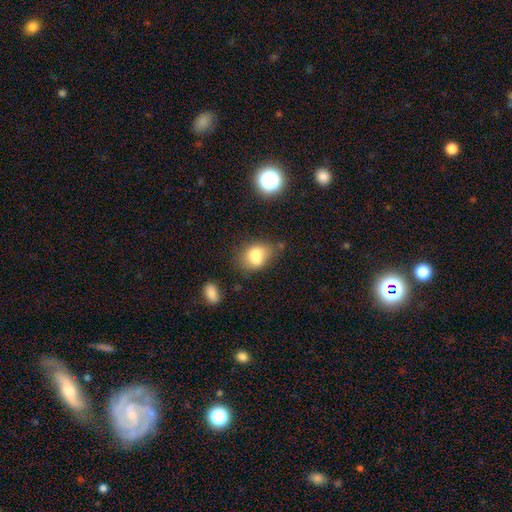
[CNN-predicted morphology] Smooth or featured?
  - smooth: 74% *
  - featured or disk: 14%
  - star or artifact: 11%
How rounded?
  - in between: 63% *
  - round: 36%
  - cigar-shaped: 1%
Merging?
  - none: 42% *
  - minor disturbance: 25%
  - merger: 23%
  - major disturbance: 10%